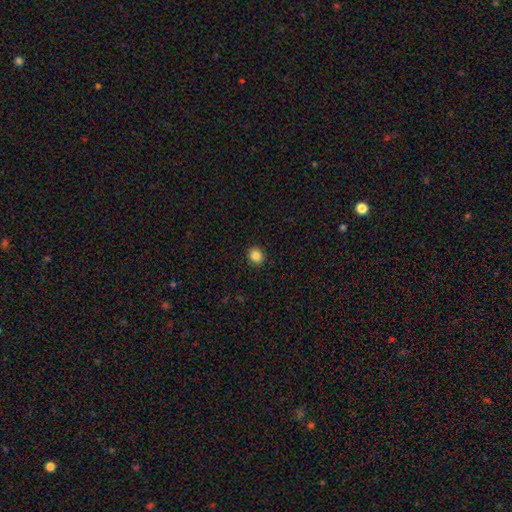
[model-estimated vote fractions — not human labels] smooth-or-featured: smooth: 86% | star or artifact: 10% | featured or disk: 4%
  how-rounded: round: 78% | in between: 22% | cigar-shaped: 1%
  merging: none: 91% | minor disturbance: 6% | major disturbance: 2% | merger: 1%